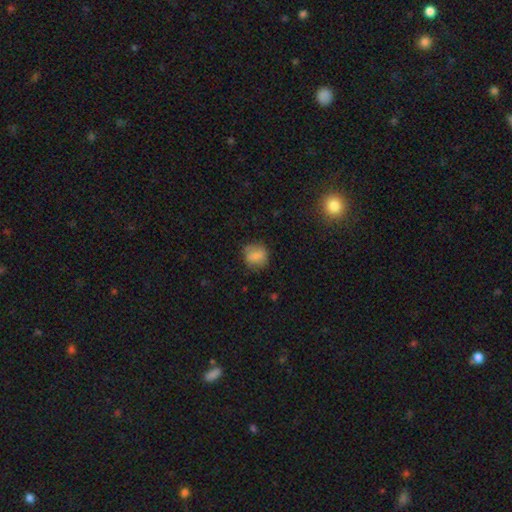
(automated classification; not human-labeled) smooth_or_featured: smooth (p=0.74) [alt: featured or disk p=0.16]
how_rounded: round (p=0.78) [alt: in between p=0.21]
merging: none (p=0.74) [alt: minor disturbance p=0.19]